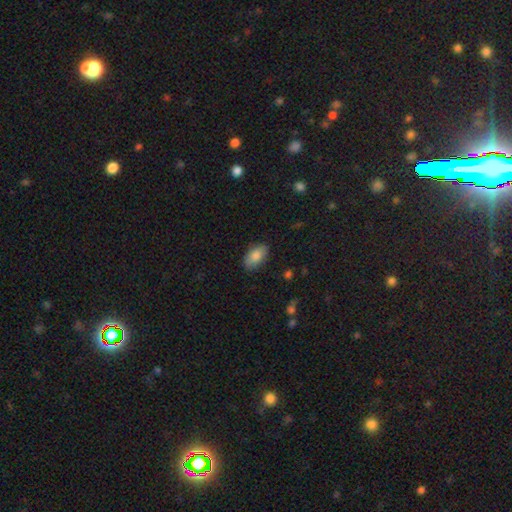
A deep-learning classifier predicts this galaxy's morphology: smooth 84%, featured or disk 9%, star or artifact 7%. Down the decision tree: how rounded — in between (93%); merging — none (84%).